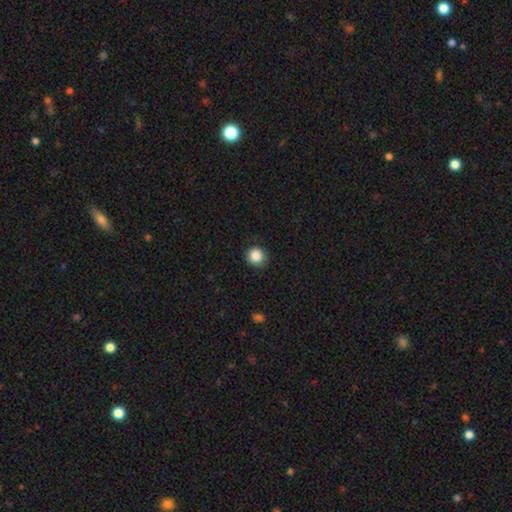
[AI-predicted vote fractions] Smooth or featured: smooth — 87% (star or artifact — 10%)
How rounded: round — 94% (in between — 5%)
Merging: none — 87% (minor disturbance — 9%)